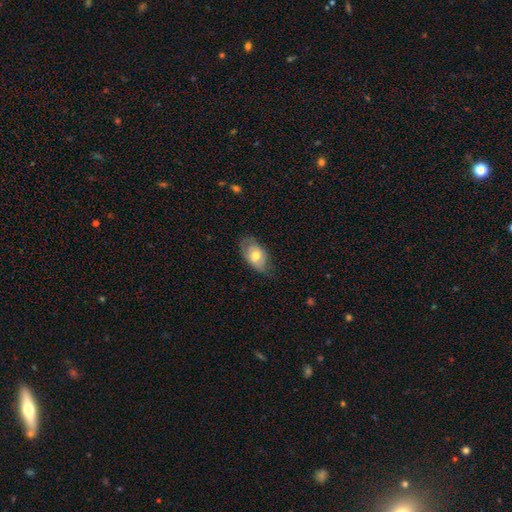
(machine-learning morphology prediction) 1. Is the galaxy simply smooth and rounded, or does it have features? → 61% smooth, 32% featured or disk, 7% star or artifact.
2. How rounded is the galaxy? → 90% in between, 8% round, 2% cigar-shaped.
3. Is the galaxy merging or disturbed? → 63% none, 29% minor disturbance, 8% major disturbance, 1% merger.